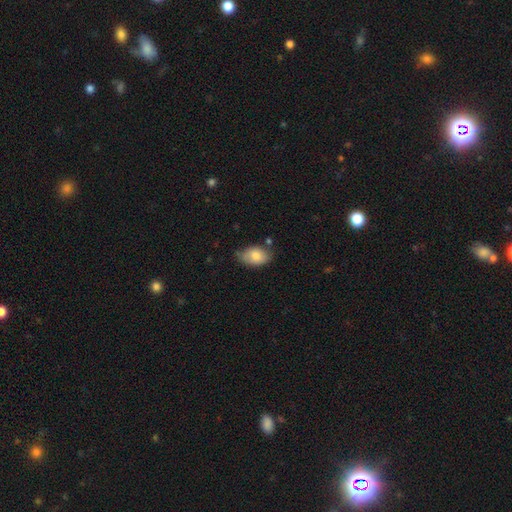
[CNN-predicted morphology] A smooth galaxy with no disk features (79%) that is in between round and cigar-shaped (89%). Merging: none (65%).